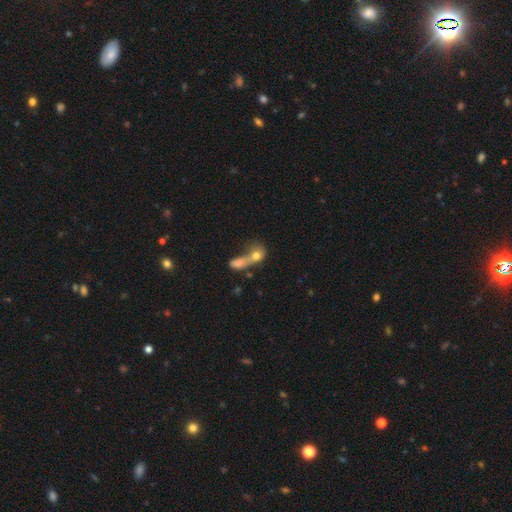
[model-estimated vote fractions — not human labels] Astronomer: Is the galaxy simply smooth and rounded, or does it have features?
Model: smooth — 54%.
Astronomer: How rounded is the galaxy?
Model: round — 46% (runner-up: in between, 42%).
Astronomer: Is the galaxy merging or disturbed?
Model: merger — 61%.